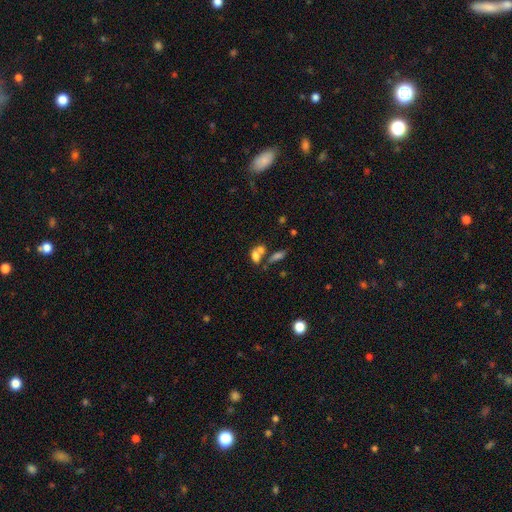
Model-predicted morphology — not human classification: smooth_or_featured: smooth (p=0.70) [alt: featured or disk p=0.17]
how_rounded: in between (p=0.75) [alt: round p=0.19]
merging: merger (p=0.49) [alt: none p=0.35]